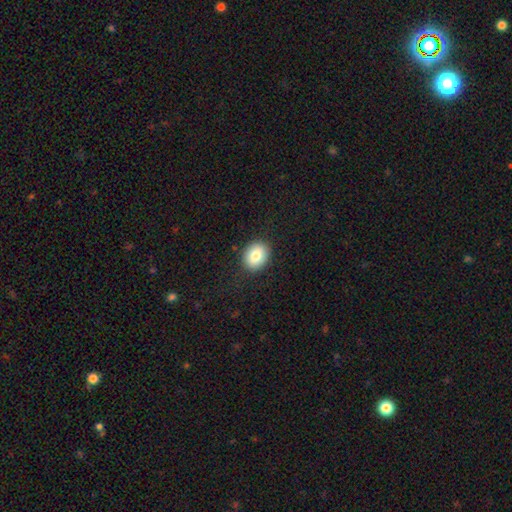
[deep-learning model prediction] A smooth galaxy with no disk features (82%) that is in between round and cigar-shaped (50%, tied with round).

Vote fractions:
- Smooth or featured? smooth: 82% / featured or disk: 10% / star or artifact: 8%
- How rounded? in between: 50% (tied) / round: 50% (tied) / cigar-shaped: 1%
- Merging? none: 88% / minor disturbance: 8% / major disturbance: 2% / merger: 1%